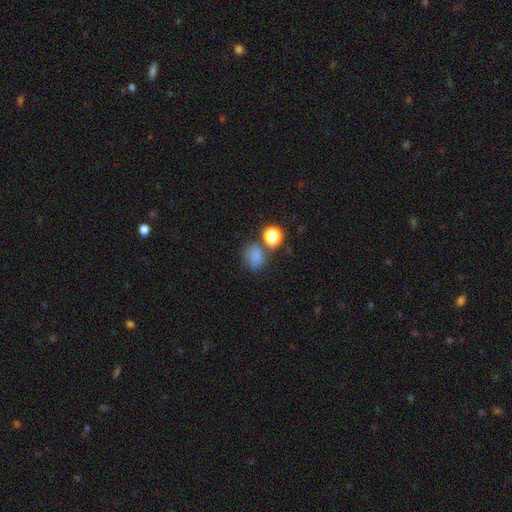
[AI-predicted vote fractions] Overall: smooth (76%). How rounded: in between (51%; round 48%). Merging: none (59%).